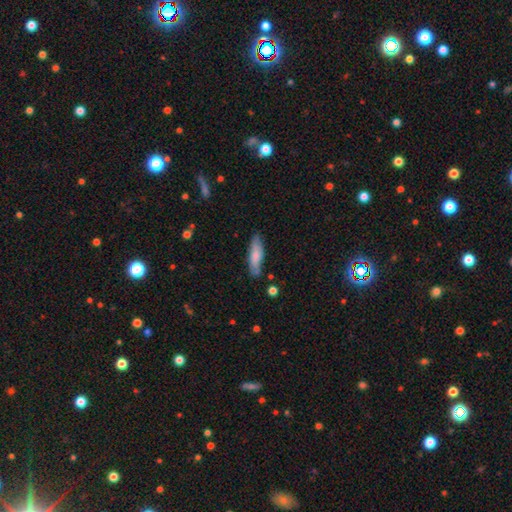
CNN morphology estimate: Q: Smooth or featured?
A: smooth (77%); runner-up: featured or disk (17%)
Q: How rounded?
A: cigar-shaped (57%); runner-up: in between (41%)
Q: Merging?
A: none (78%); runner-up: minor disturbance (16%)